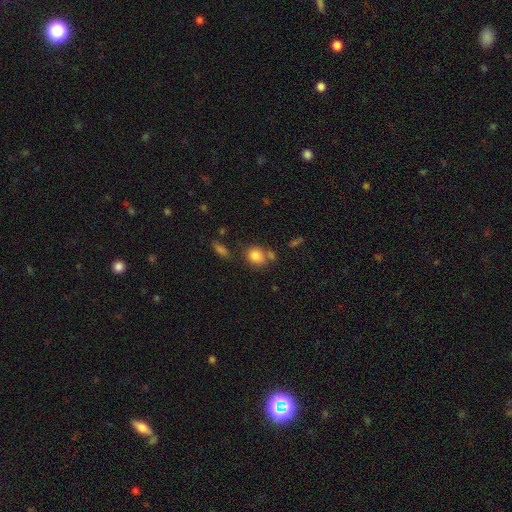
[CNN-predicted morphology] Smooth or featured: smooth — 82% (star or artifact — 10%)
How rounded: round — 60% (in between — 39%)
Merging: none — 60% (minor disturbance — 17%)